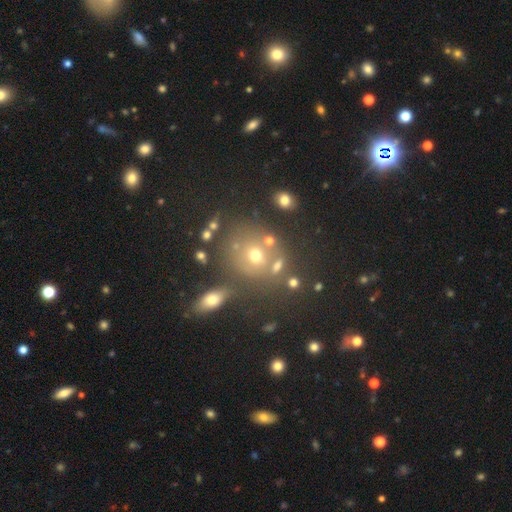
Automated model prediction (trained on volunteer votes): A smooth galaxy with no disk features (61%) that is round (73%).

Vote fractions:
- Smooth or featured? smooth: 61% / star or artifact: 20% / featured or disk: 18%
- How rounded? round: 73% / in between: 26% / cigar-shaped: 2%
- Merging? none: 61% / merger: 19% / minor disturbance: 13% / major disturbance: 7%